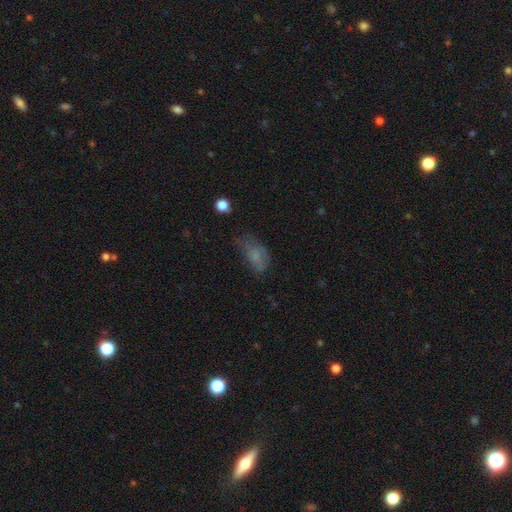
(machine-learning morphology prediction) A smooth galaxy with no disk features (66%) that is in between round and cigar-shaped (87%).

Vote fractions:
- Smooth or featured? smooth: 66% / featured or disk: 21% / star or artifact: 13%
- How rounded? in between: 87% / round: 8% / cigar-shaped: 4%
- Merging? none: 42% / minor disturbance: 33% / major disturbance: 23% / merger: 3%